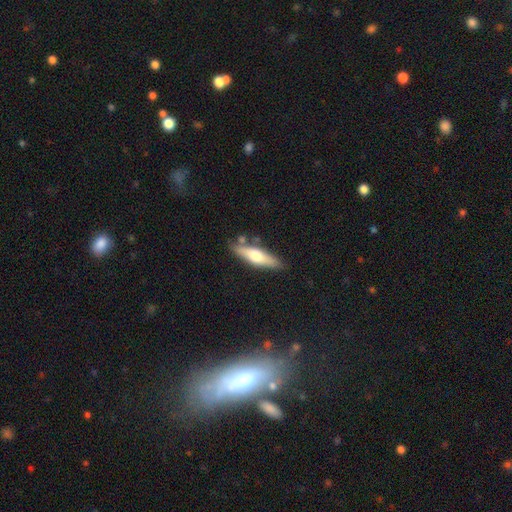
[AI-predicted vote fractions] Morphology: type=smooth (53%); roundness=cigar-shaped (67%); merging=none (76%).